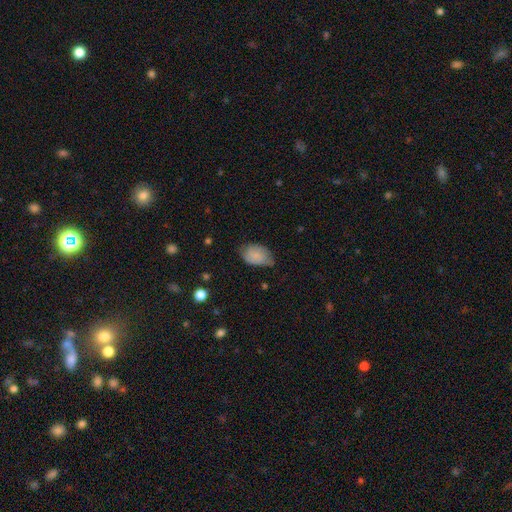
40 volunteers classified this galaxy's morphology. A smooth galaxy with no disk features (82%) that is in between round and cigar-shaped (97%).

Vote fractions:
- Smooth or featured? smooth: 82% / featured or disk: 12% / star or artifact: 5%
- How rounded? in between: 97% / round: 3% / cigar-shaped: 0%
- Merging? none: 61% / minor disturbance: 32% / major disturbance: 5% / merger: 3%